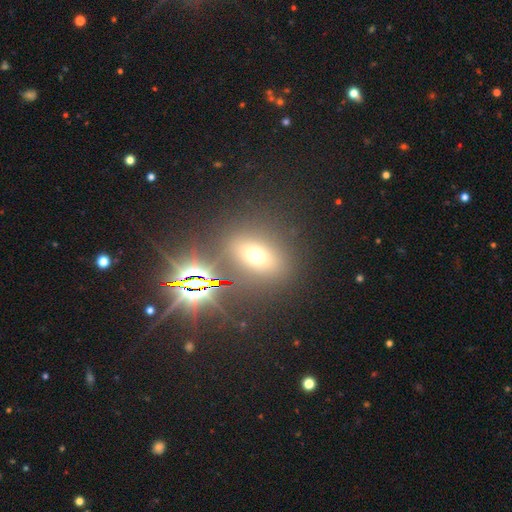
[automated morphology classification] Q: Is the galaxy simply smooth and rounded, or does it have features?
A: smooth — 50%.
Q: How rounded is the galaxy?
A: in between — 61%.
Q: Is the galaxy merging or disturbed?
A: none — 82%.